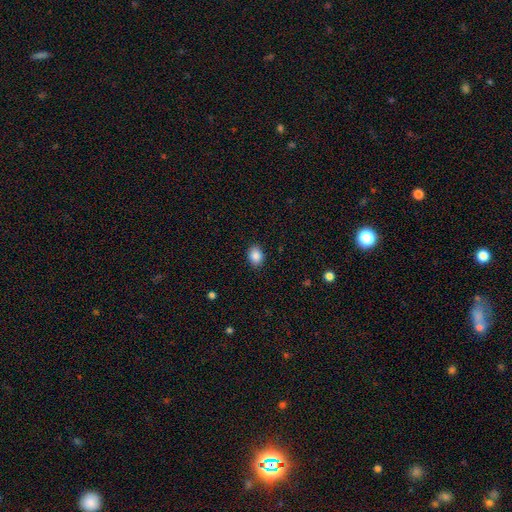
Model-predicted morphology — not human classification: A smooth galaxy with no disk features (88%) that is in between round and cigar-shaped (70%). Merging: none (88%).